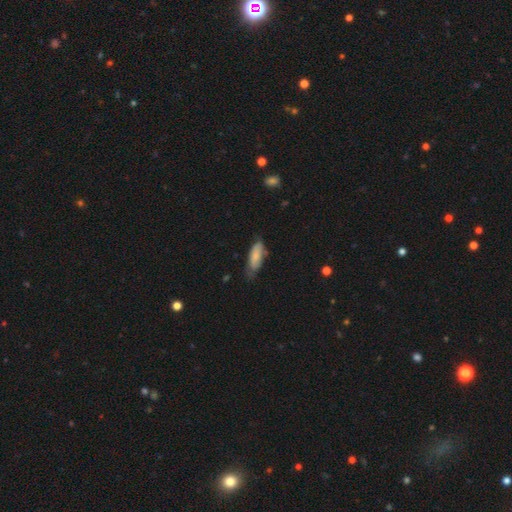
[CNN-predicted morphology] A smooth galaxy with no disk features (74%) that is in between round and cigar-shaped (67%). Merging: none (55%).